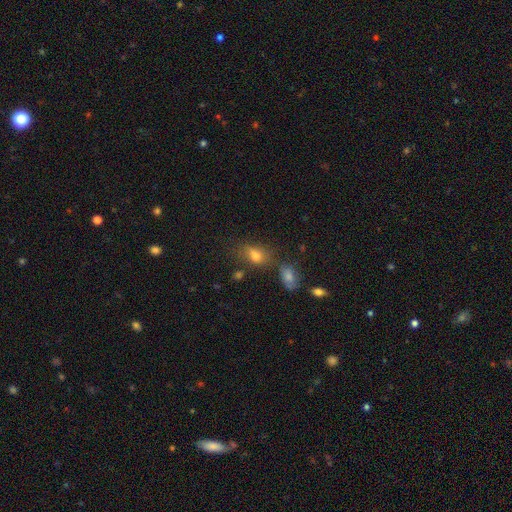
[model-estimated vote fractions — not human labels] smooth 72%, featured or disk 15%, star or artifact 14%. Down the decision tree: how rounded — in between (77%); merging — none (51%).